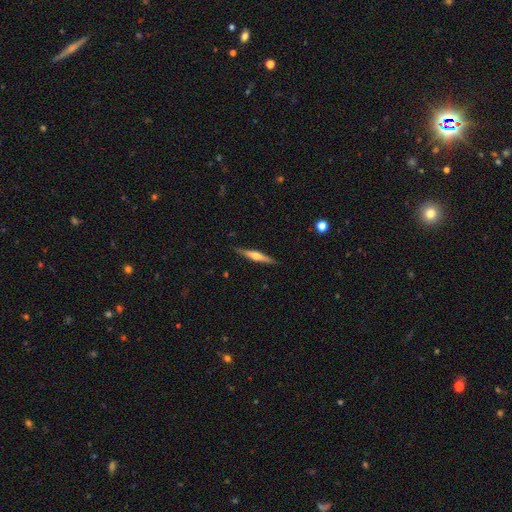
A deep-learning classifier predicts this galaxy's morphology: featured or disk 59%, smooth 35%, star or artifact 6%. Down the decision tree: edge-on disk — yes (97%); edge-on bulge — rounded (80%); merging — none (87%).